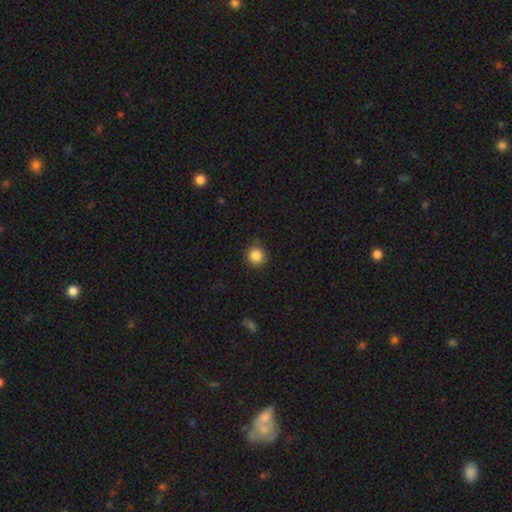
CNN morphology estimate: smooth 86%, star or artifact 10%, featured or disk 4%. Down the decision tree: how rounded — round (92%); merging — none (84%).